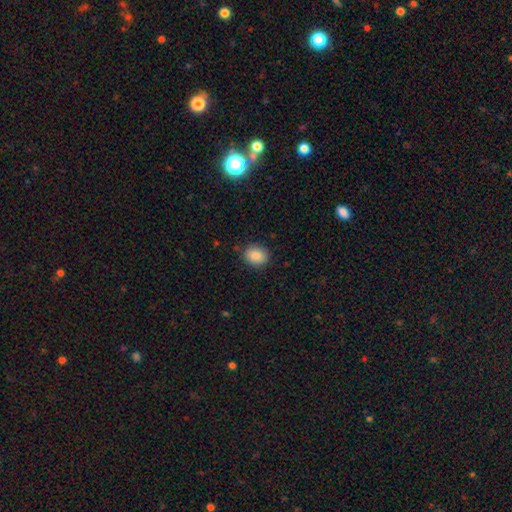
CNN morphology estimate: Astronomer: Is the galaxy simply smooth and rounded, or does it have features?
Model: smooth — 88%.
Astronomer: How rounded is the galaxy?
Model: round — 56% (runner-up: in between, 43%).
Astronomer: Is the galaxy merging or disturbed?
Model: none — 86%.